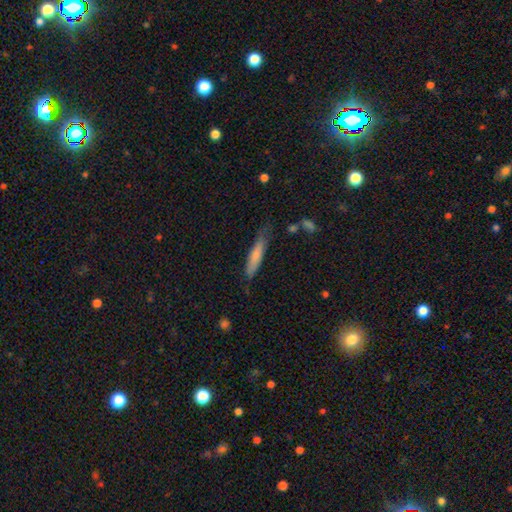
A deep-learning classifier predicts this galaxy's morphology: Smooth or featured?
  - smooth: 75% *
  - featured or disk: 19%
  - star or artifact: 6%
How rounded?
  - cigar-shaped: 84% *
  - in between: 14%
  - round: 1%
Merging?
  - none: 67% *
  - minor disturbance: 25%
  - major disturbance: 5%
  - merger: 2%